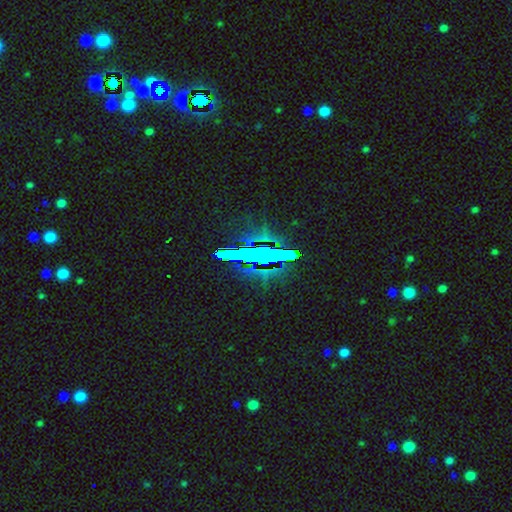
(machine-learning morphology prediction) Overall: star or artifact (75%).